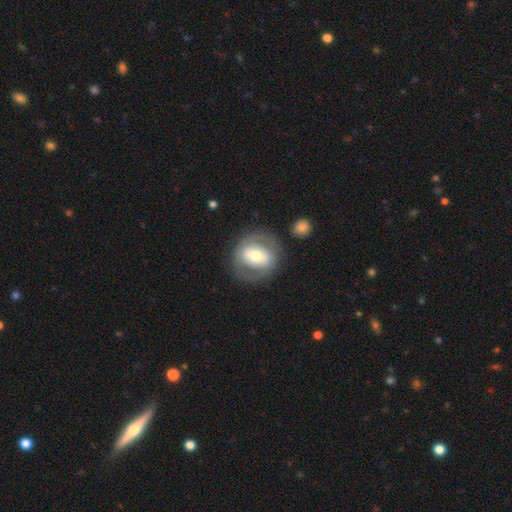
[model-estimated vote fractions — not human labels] Overall: featured or disk (57%; smooth 37%). Edge-on disk: no (94%). Bar: strong (38%; weak 32%). Spiral arms: no (63%; yes 37%). Bulge size: moderate (64%). Merging: none (76%).